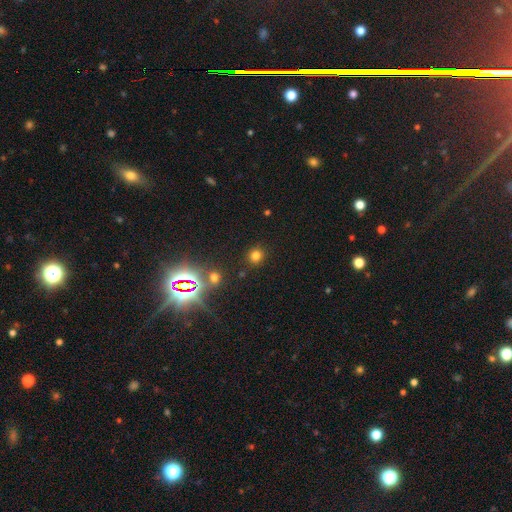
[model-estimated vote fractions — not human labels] A smooth galaxy with no disk features (74%) that is round (89%).

Vote fractions:
- Smooth or featured? smooth: 74% / star or artifact: 21% / featured or disk: 6%
- How rounded? round: 89% / in between: 10% / cigar-shaped: 1%
- Merging? none: 86% / minor disturbance: 7% / merger: 4% / major disturbance: 3%